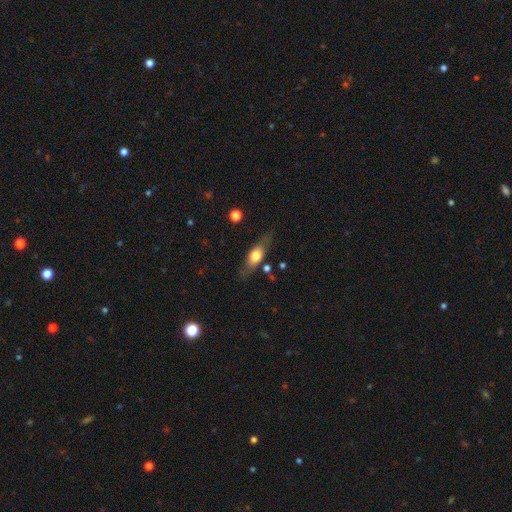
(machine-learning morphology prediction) A smooth galaxy with no disk features (54%) that is in between round and cigar-shaped (61%).

Vote fractions:
- Smooth or featured? smooth: 54% / featured or disk: 39% / star or artifact: 7%
- How rounded? in between: 61% / cigar-shaped: 33% / round: 6%
- Merging? none: 75% / minor disturbance: 16% / major disturbance: 5% / merger: 3%